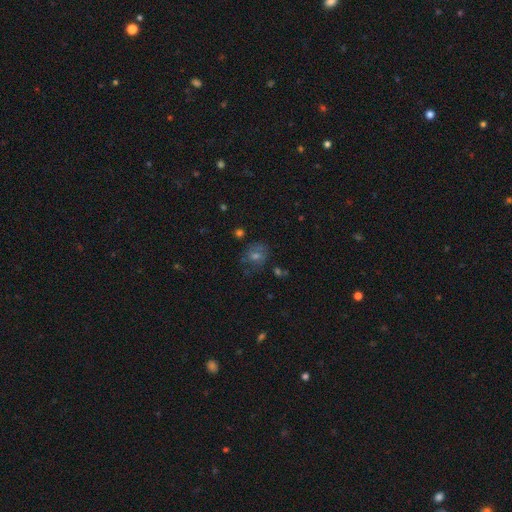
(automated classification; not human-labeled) Morphology: type=smooth (40%); merging=none (69%).